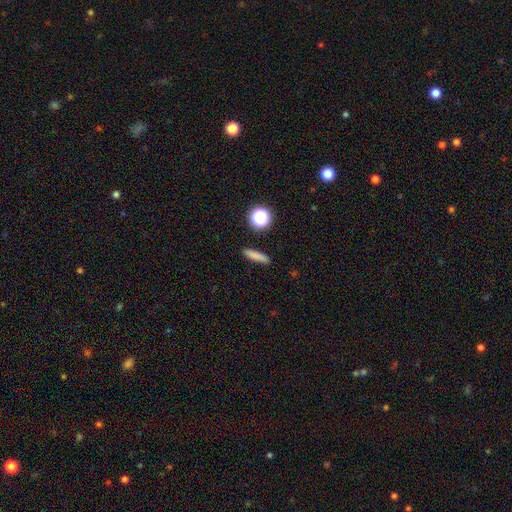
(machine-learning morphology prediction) A smooth galaxy with no disk features (79%) that is cigar-shaped (78%).

Vote fractions:
- Smooth or featured? smooth: 79% / star or artifact: 12% / featured or disk: 9%
- How rounded? cigar-shaped: 78% / in between: 15% / round: 7%
- Merging? none: 89% / minor disturbance: 8% / major disturbance: 2% / merger: 2%